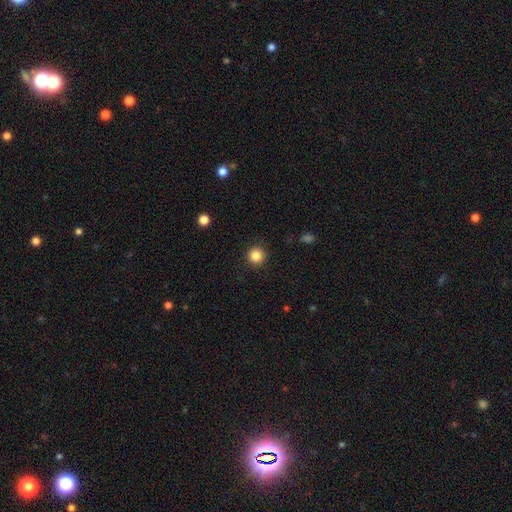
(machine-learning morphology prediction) This appears to be a smooth galaxy with no disk features (85%) that is round (96%). Merging: none (92%).